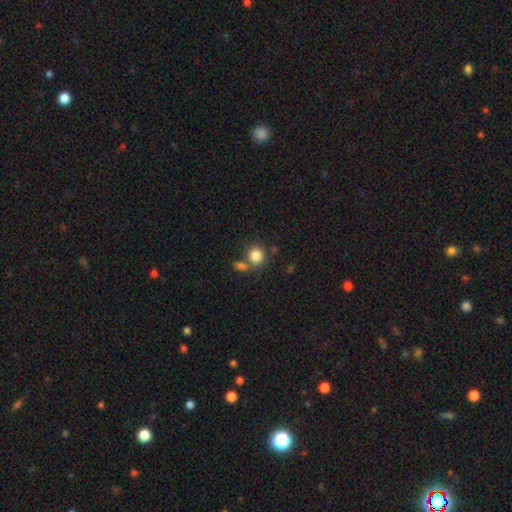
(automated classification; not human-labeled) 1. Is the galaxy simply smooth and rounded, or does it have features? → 84% smooth, 10% star or artifact, 6% featured or disk.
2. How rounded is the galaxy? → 74% round, 25% in between, 1% cigar-shaped.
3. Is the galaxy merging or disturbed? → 60% none, 26% merger, 11% minor disturbance, 4% major disturbance.